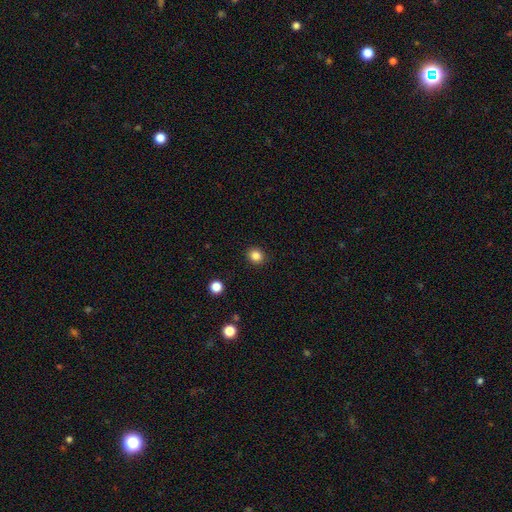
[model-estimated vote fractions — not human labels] Overall: smooth (84%). How rounded: round (83%). Merging: none (91%).